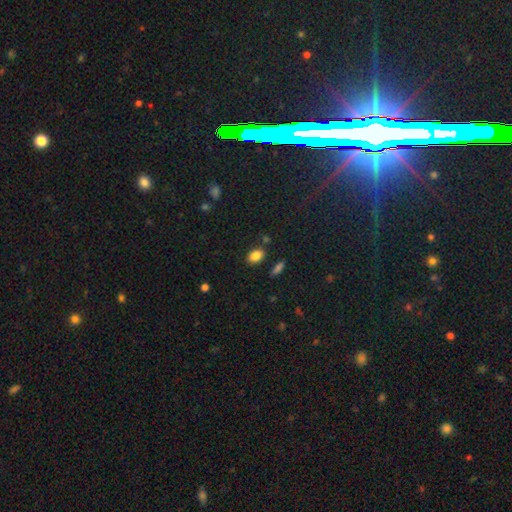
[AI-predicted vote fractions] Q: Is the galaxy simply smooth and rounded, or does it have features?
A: smooth — 85%.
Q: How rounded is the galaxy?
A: in between — 87%.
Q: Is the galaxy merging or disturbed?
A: none — 81%.